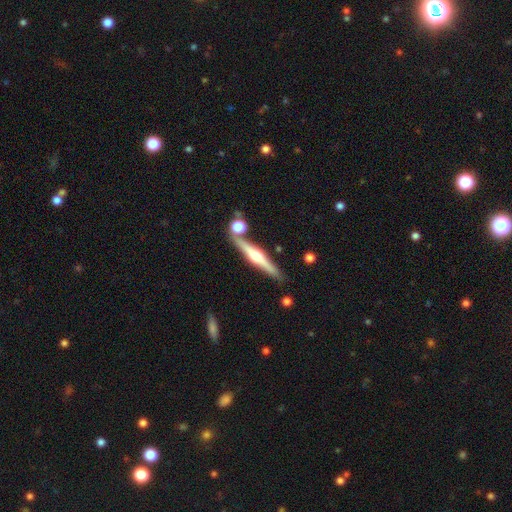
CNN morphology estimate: Overall: featured or disk (72%). Edge-on disk: yes (98%). Edge-on bulge: rounded (89%). Merging: none (81%).